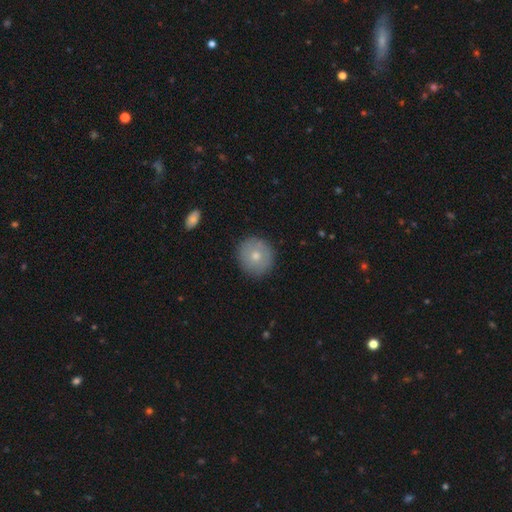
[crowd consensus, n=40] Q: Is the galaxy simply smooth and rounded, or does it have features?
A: smooth — 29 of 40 (72%).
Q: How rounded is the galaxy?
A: round — 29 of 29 (100%).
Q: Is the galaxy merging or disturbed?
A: none — 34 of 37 (92%).